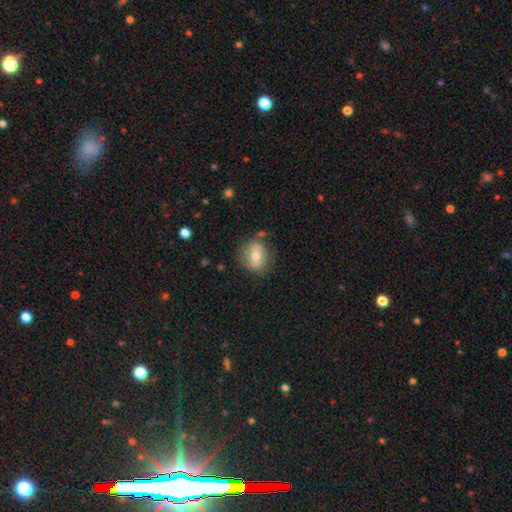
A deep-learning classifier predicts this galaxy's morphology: The model was most divided on "how rounded": round: 54%, in between: 44%, cigar-shaped: 2%. More confident: merging — none (75%); smooth or featured — smooth (62%).